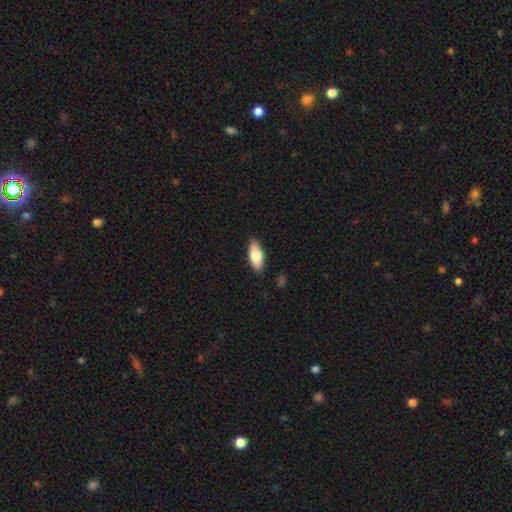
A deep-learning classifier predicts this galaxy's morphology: smooth 74%, featured or disk 20%, star or artifact 6%. Down the decision tree: how rounded — in between (74%); merging — none (88%).